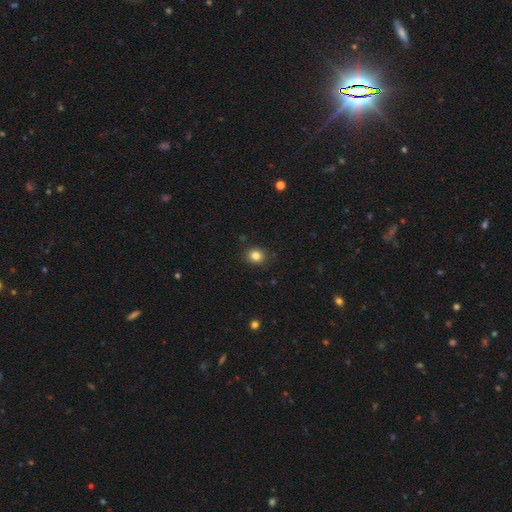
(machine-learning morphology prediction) Overall: smooth (83%). How rounded: round (73%). Merging: none (89%).